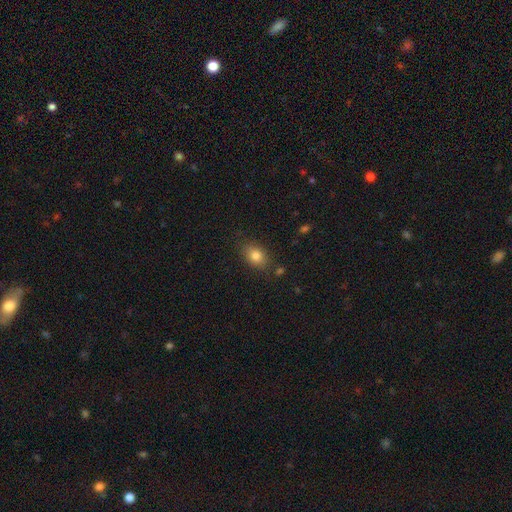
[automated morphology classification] Q: Smooth or featured?
A: smooth (81%); runner-up: star or artifact (10%)
Q: How rounded?
A: in between (71%); runner-up: round (27%)
Q: Merging?
A: none (81%); runner-up: minor disturbance (13%)